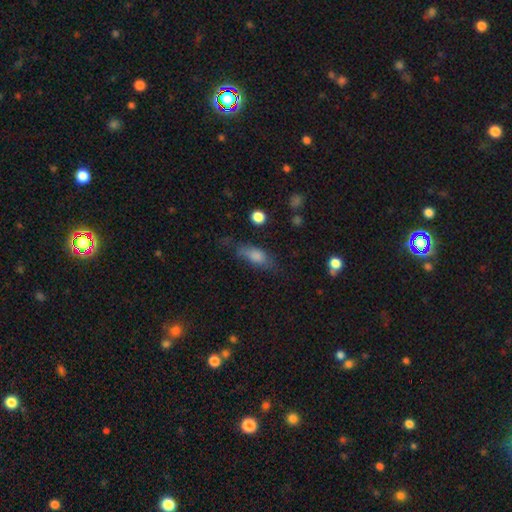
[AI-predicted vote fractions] A smooth galaxy with no disk features (68%) that is in between round and cigar-shaped (65%). Merging: none (57%).